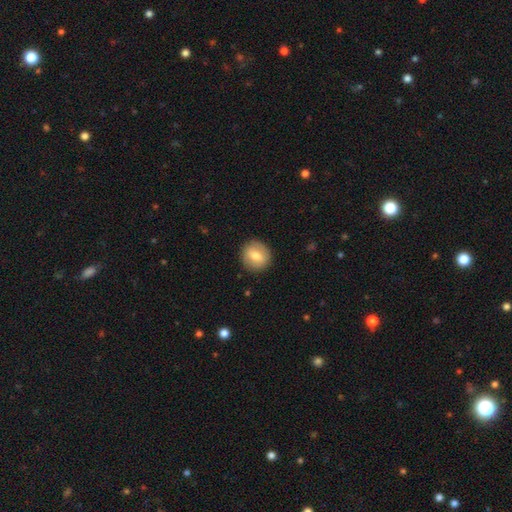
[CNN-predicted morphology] This appears to be a smooth galaxy with no disk features (67%) that is round (88%). Merging: none (89%).